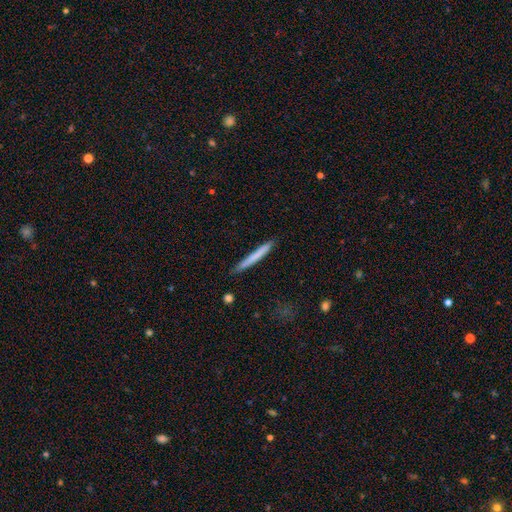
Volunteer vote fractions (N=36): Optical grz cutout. It shows a smooth galaxy with no disk features (69%) that is cigar-shaped (96%). Merging: none (97%).